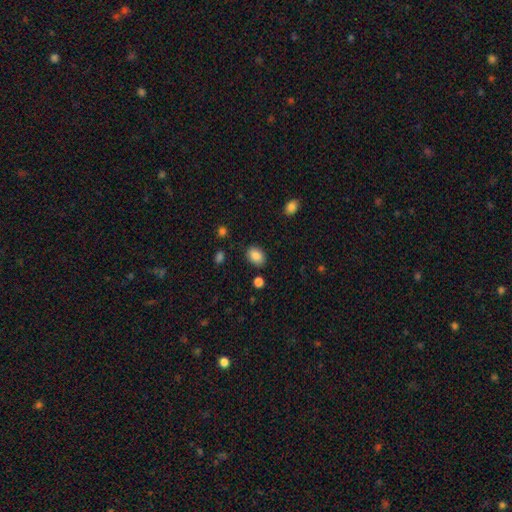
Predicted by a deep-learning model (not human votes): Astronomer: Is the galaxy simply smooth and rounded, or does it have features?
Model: smooth — 87%.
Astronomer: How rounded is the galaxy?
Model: in between — 77%.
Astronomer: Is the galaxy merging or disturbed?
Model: none — 82%.